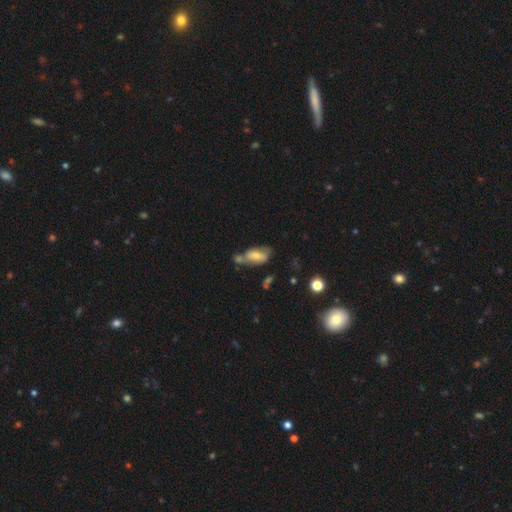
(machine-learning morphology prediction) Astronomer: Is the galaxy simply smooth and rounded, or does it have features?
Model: smooth — 58%.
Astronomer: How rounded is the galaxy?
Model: in between — 84%.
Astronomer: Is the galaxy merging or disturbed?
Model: merger — 36% (runner-up: none, 34%).